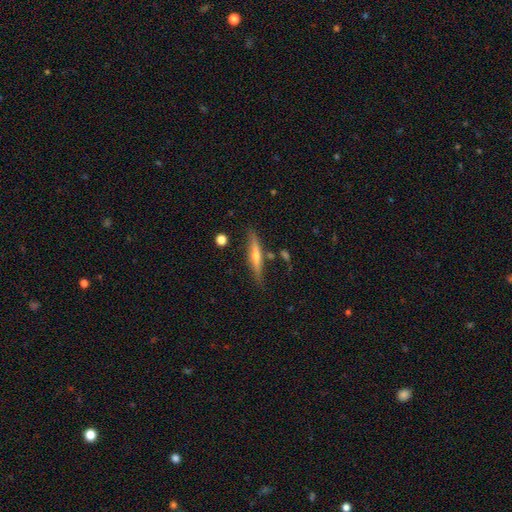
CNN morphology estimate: featured or disk 61%, smooth 32%, star or artifact 7%. Down the decision tree: edge-on disk — yes (95%); edge-on bulge — rounded (83%); merging — none (81%).